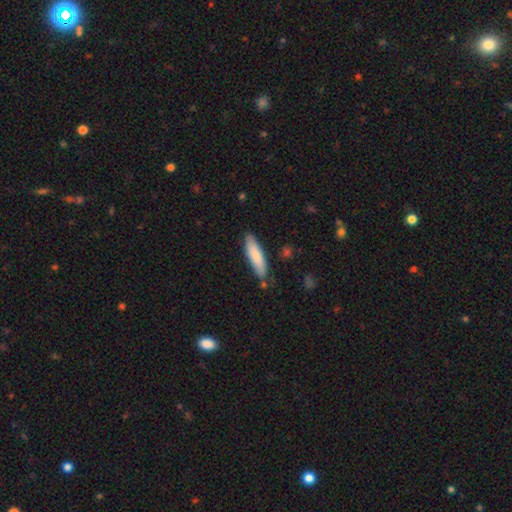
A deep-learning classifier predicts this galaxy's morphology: Q: Smooth or featured?
A: smooth (81%); runner-up: featured or disk (14%)
Q: How rounded?
A: cigar-shaped (67%); runner-up: in between (32%)
Q: Merging?
A: none (80%); runner-up: minor disturbance (14%)